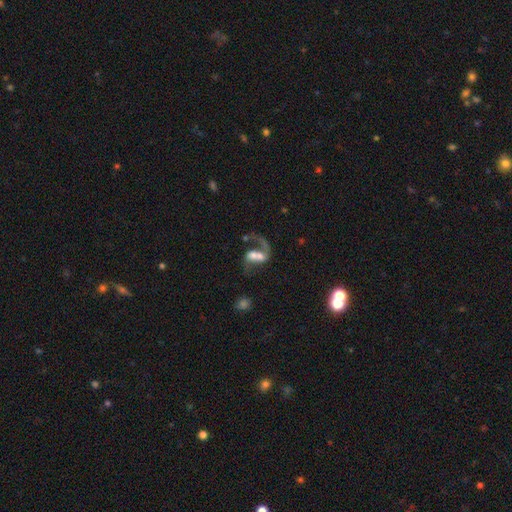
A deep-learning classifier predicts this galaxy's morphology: smooth_or_featured: featured or disk (p=0.67) [alt: smooth p=0.24]
disk_edge_on: no (p=0.97) [alt: yes p=0.03]
bar: no (p=0.51) [alt: weak p=0.32]
has_spiral_arms: yes (p=0.79) [alt: no p=0.21]
spiral_winding: loose (p=0.74) [alt: medium p=0.21]
spiral_arm_count: 1 (p=0.48) [alt: 2 p=0.46]
bulge_size: moderate (p=0.42) [alt: large p=0.22]
merging: merger (p=0.60) [alt: major disturbance p=0.17]